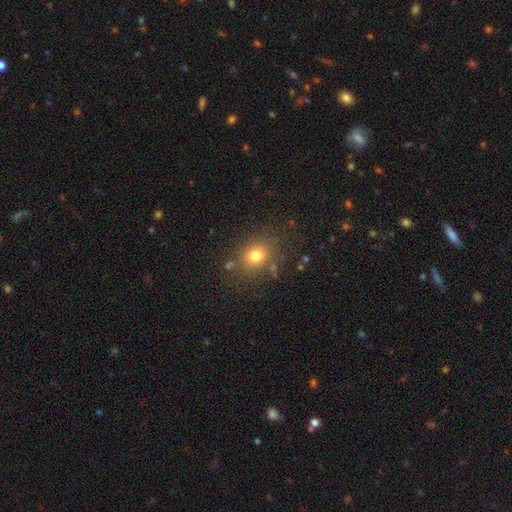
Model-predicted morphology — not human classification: A smooth galaxy with no disk features (75%) that is round (61%). Merging: none (77%).